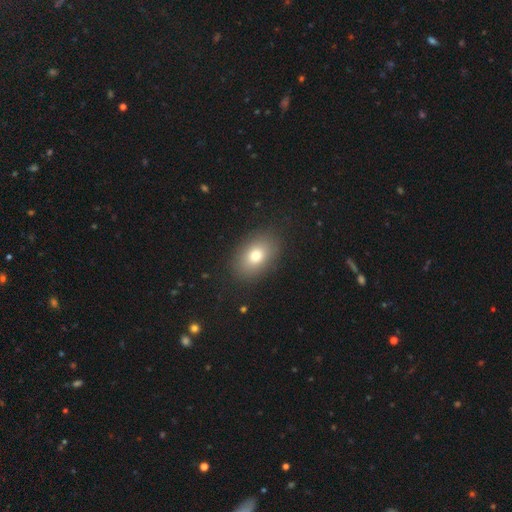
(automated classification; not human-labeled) This is likely a smooth galaxy (76%). How rounded: clearly in between (82%). Merging: clearly none (87%).